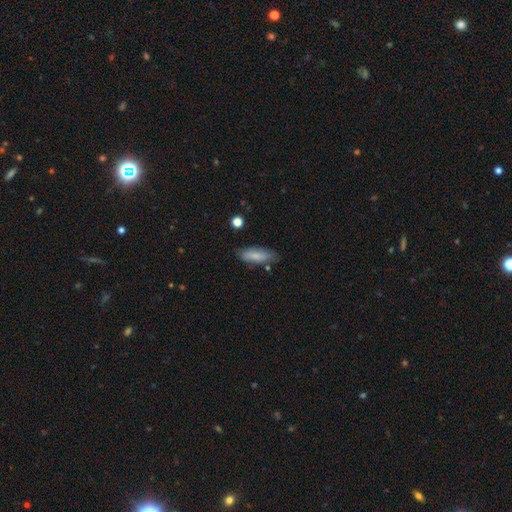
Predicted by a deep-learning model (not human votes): smooth-or-featured: smooth: 77% | featured or disk: 16% | star or artifact: 7%
  how-rounded: in between: 68% | cigar-shaped: 30% | round: 2%
  merging: none: 71% | minor disturbance: 22% | major disturbance: 5% | merger: 3%